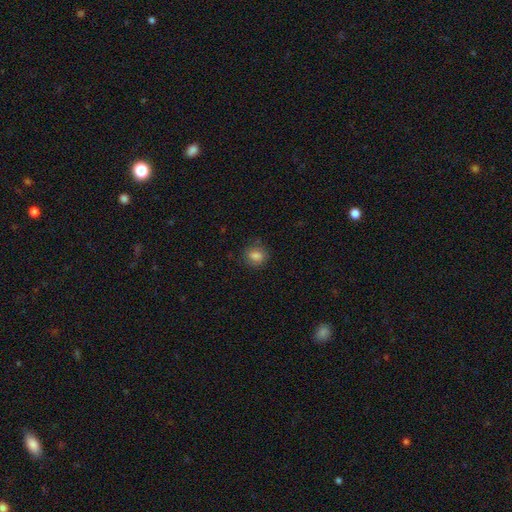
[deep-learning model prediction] Smooth or featured? Predicted: smooth (p=0.83). How rounded? Predicted: round (p=0.61). Merging? Predicted: none (p=0.80).